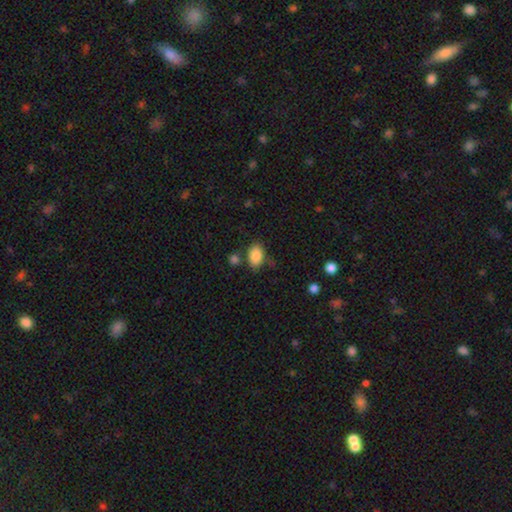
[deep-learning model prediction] A smooth galaxy with no disk features (87%) that is in between round and cigar-shaped (87%). Merging: none (71%).